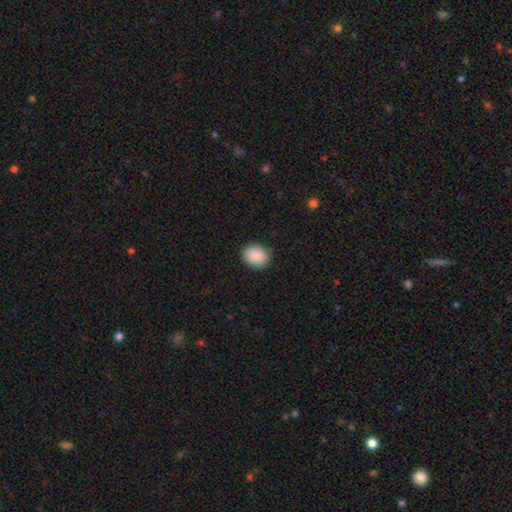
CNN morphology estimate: type=smooth (90%); roundness=in between (52%); merging=none (86%).